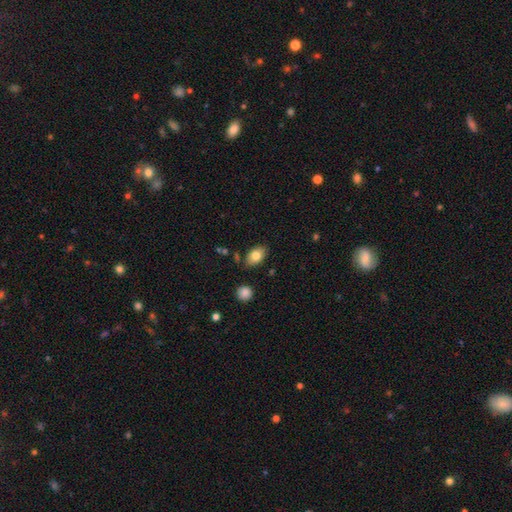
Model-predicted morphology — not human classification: smooth-or-featured: smooth: 80% | featured or disk: 13% | star or artifact: 8%
  how-rounded: in between: 88% | round: 10% | cigar-shaped: 2%
  merging: none: 82% | minor disturbance: 12% | merger: 3% | major disturbance: 3%